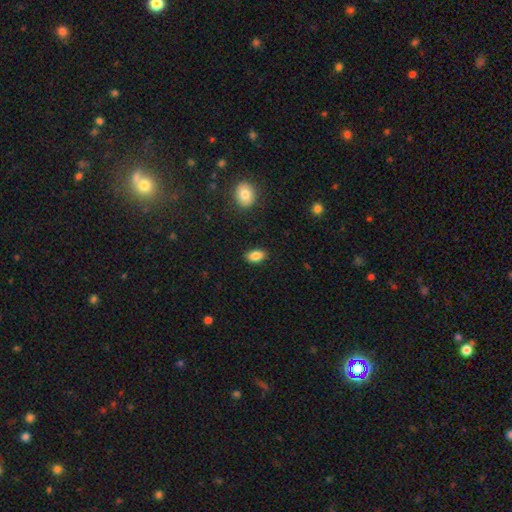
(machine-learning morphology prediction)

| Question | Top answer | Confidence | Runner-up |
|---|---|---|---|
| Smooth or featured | smooth | 86% | star or artifact (8%) |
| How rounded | in between | 90% | round (8%) |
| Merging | none | 88% | minor disturbance (9%) |